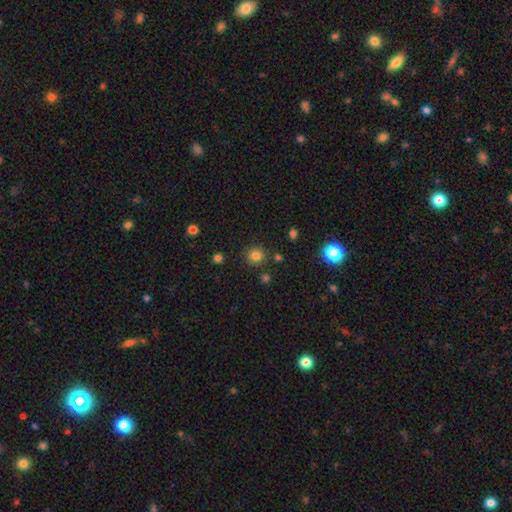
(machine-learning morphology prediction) smooth 81%, star or artifact 14%, featured or disk 5%. Down the decision tree: how rounded — round (90%); merging — none (85%).